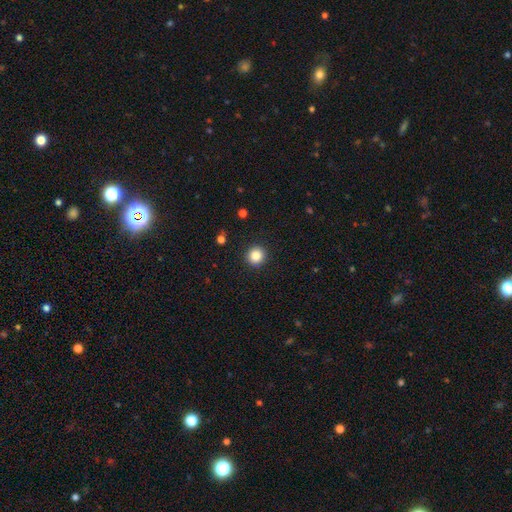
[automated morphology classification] Smooth or featured?
  - smooth: 86% *
  - star or artifact: 10%
  - featured or disk: 4%
How rounded?
  - round: 94% *
  - in between: 5%
  - cigar-shaped: 1%
Merging?
  - none: 92% *
  - minor disturbance: 5%
  - major disturbance: 2%
  - merger: 1%